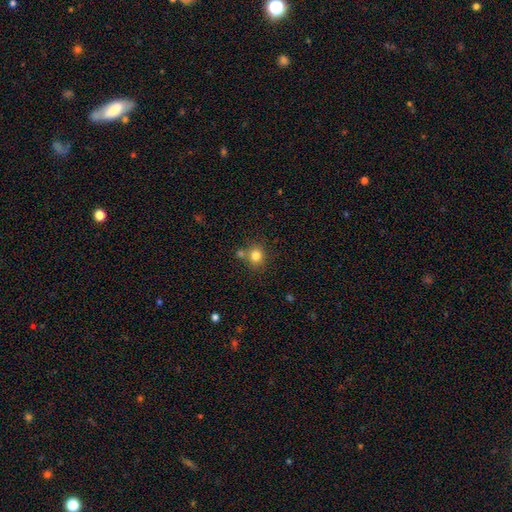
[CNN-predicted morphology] Smooth or featured? smooth (81%)
How rounded? round (77%)
Merging? none (66%)